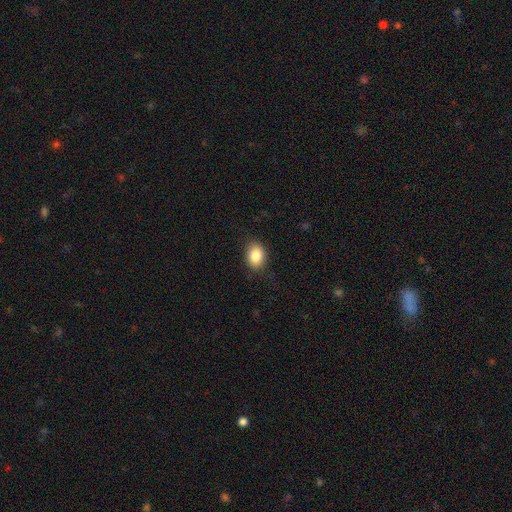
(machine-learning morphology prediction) This appears to be a smooth galaxy with no disk features (86%) that is in between round and cigar-shaped (71%). Merging: none (83%).